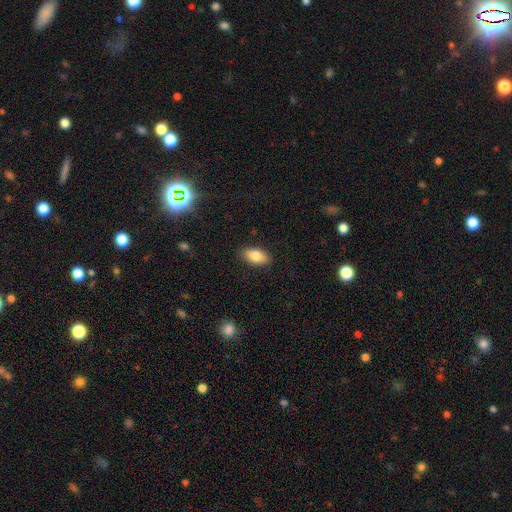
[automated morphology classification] Q: Smooth or featured?
A: smooth (81%); runner-up: featured or disk (12%)
Q: How rounded?
A: in between (91%); runner-up: cigar-shaped (4%)
Q: Merging?
A: none (88%); runner-up: minor disturbance (9%)